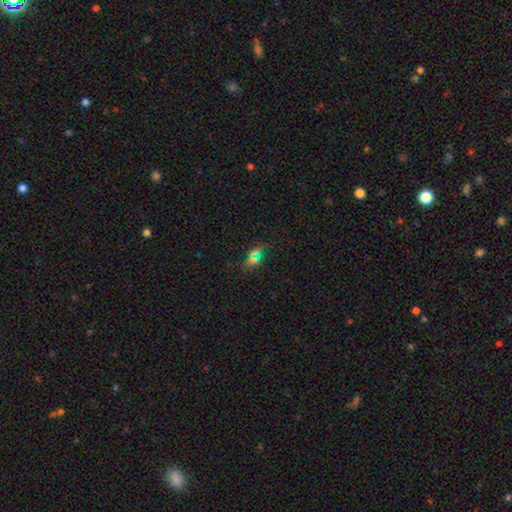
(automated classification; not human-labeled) A smooth galaxy with no disk features (48%). Merging: none (71%).